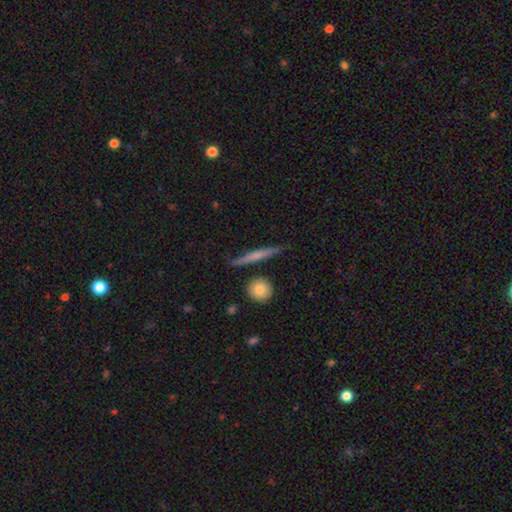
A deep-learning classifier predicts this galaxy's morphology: The model was most divided on "smooth or featured" (2-way tie): smooth: 47%, featured or disk: 47%, star or artifact: 6%. More confident: merging — none (86%).